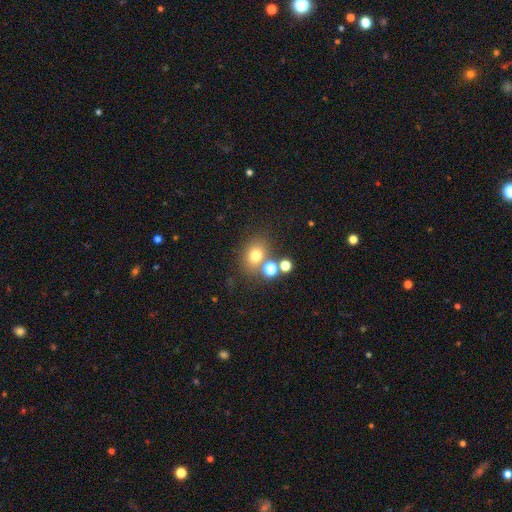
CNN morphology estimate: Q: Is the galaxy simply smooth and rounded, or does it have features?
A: smooth — 72%.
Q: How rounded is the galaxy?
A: round — 57%.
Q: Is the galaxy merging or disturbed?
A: none — 66%.